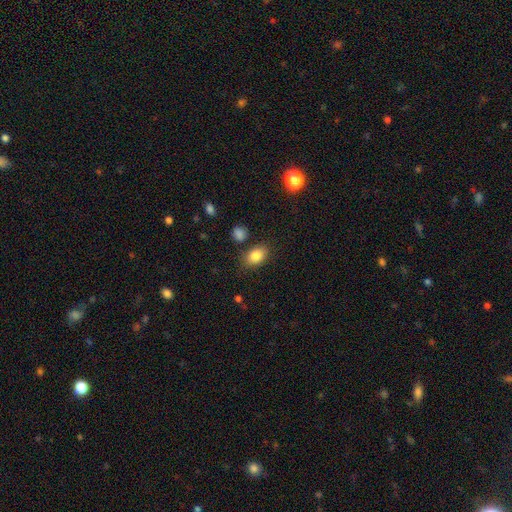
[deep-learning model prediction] A smooth galaxy with no disk features (83%) that is in between round and cigar-shaped (81%). Merging: none (79%).